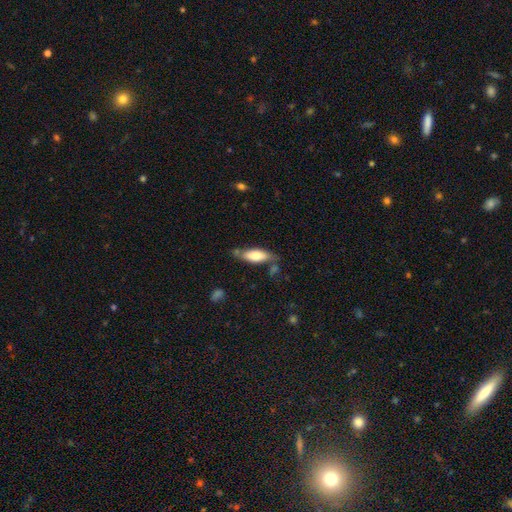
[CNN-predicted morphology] smooth-or-featured: smooth: 70% | featured or disk: 24% | star or artifact: 6%
  how-rounded: in between: 66% | cigar-shaped: 32% | round: 2%
  merging: none: 62% | minor disturbance: 22% | merger: 9% | major disturbance: 6%